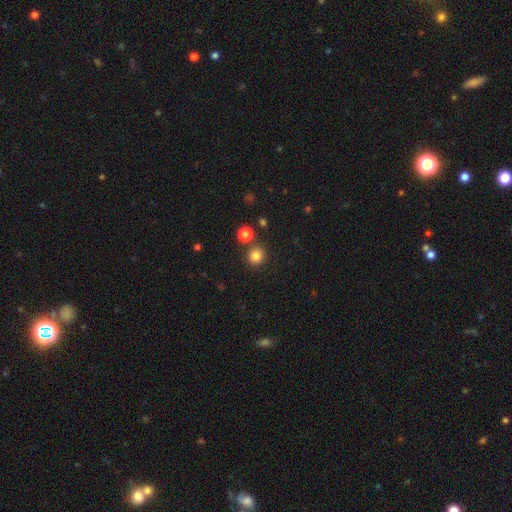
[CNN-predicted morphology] Smooth or featured?
  - smooth: 83% *
  - star or artifact: 13%
  - featured or disk: 4%
How rounded?
  - round: 89% *
  - in between: 10%
  - cigar-shaped: 1%
Merging?
  - none: 83% *
  - merger: 8%
  - minor disturbance: 7%
  - major disturbance: 3%